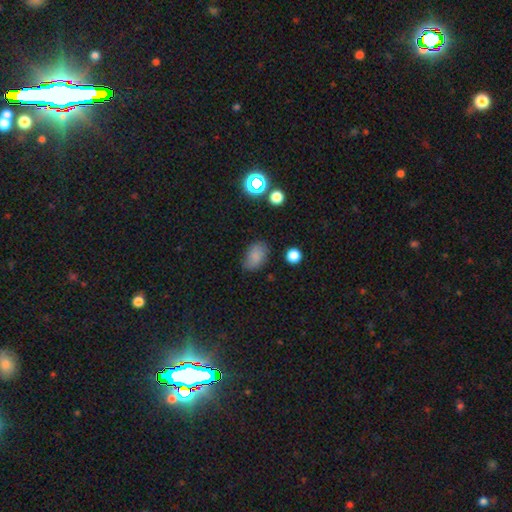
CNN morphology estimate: Overall: smooth (80%). How rounded: in between (85%). Merging: none (71%).